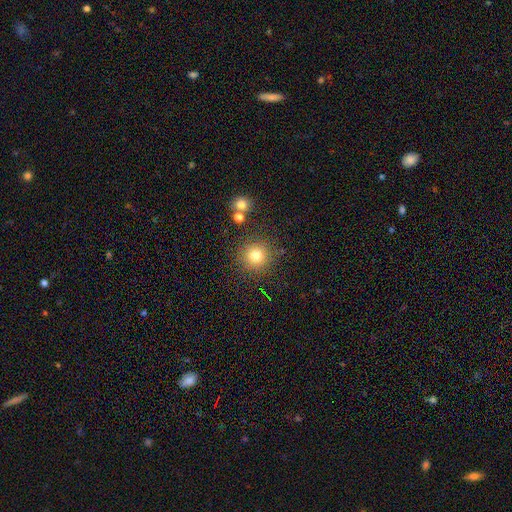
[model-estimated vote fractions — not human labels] smooth-or-featured: smooth: 78% | star or artifact: 14% | featured or disk: 8%
  how-rounded: round: 93% | in between: 6% | cigar-shaped: 1%
  merging: none: 83% | minor disturbance: 8% | merger: 5% | major disturbance: 3%